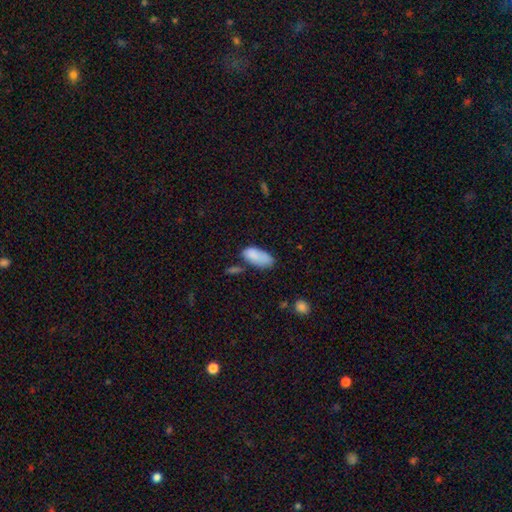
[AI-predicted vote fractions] Smooth or featured: smooth — 84% (featured or disk — 9%)
How rounded: in between — 90% (cigar-shaped — 8%)
Merging: none — 49% (minor disturbance — 30%)